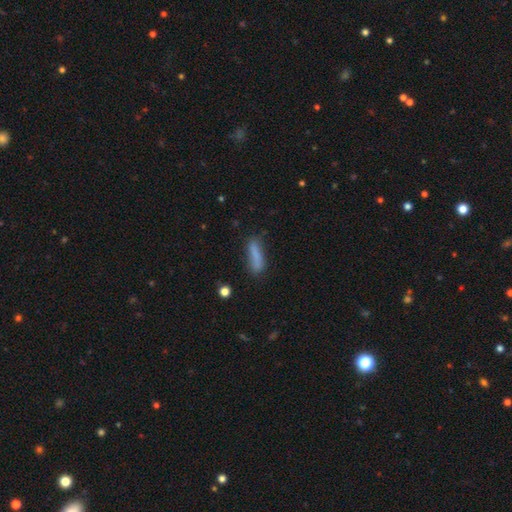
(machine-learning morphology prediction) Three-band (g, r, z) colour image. It shows a smooth galaxy with no disk features (80%) that is cigar-shaped (68%). Merging: none (70%).